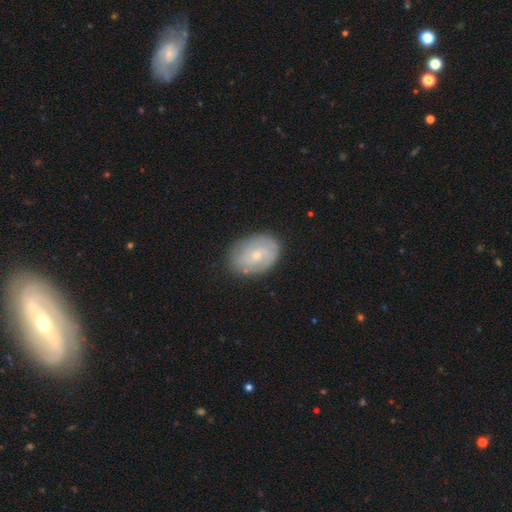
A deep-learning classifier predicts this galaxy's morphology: Overall: featured or disk (49%; smooth 44%). Merging: none (77%).